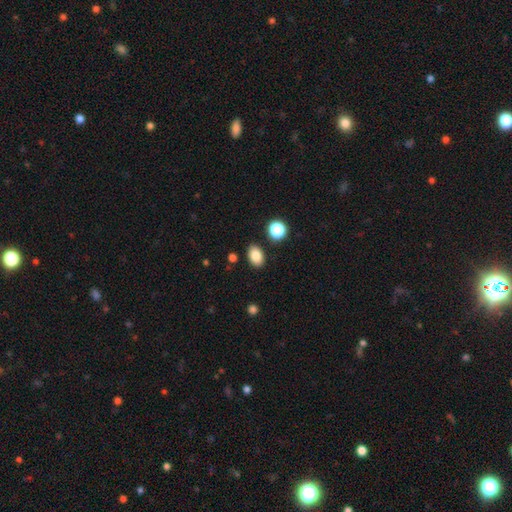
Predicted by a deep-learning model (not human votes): Smooth or featured: smooth — 85% (star or artifact — 10%)
How rounded: in between — 84% (round — 15%)
Merging: none — 86% (minor disturbance — 9%)